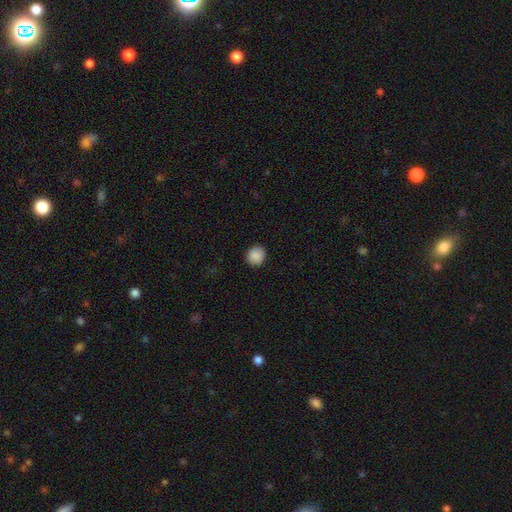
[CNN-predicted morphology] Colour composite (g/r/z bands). It shows a smooth galaxy with no disk features (89%) that is round (89%). Merging: none (92%).